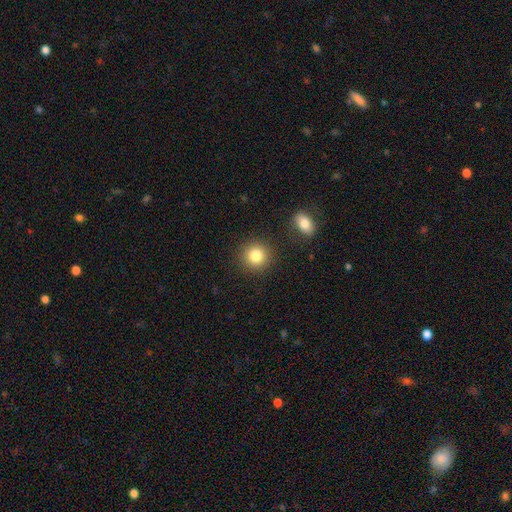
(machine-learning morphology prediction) Smooth or featured: smooth — 83% (star or artifact — 10%)
How rounded: round — 91% (in between — 8%)
Merging: none — 88% (minor disturbance — 6%)